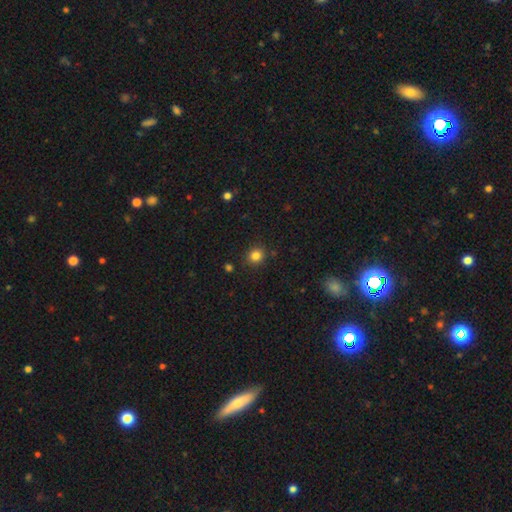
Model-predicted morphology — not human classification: The model was most divided on "how rounded": round: 84%, in between: 15%, cigar-shaped: 1%. More confident: merging — none (87%); smooth or featured — smooth (83%).